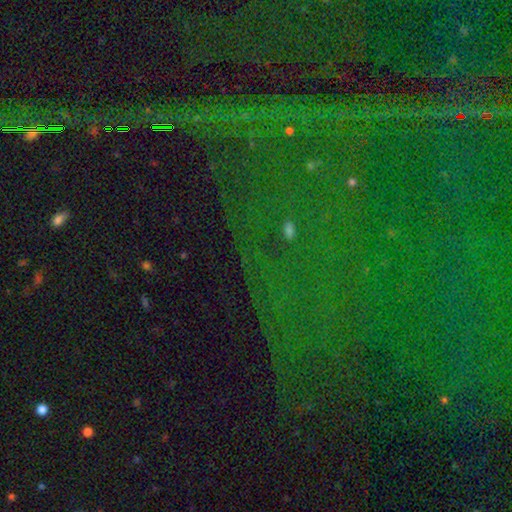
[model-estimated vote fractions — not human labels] Smooth or featured: star or artifact — 83% (smooth — 9%)